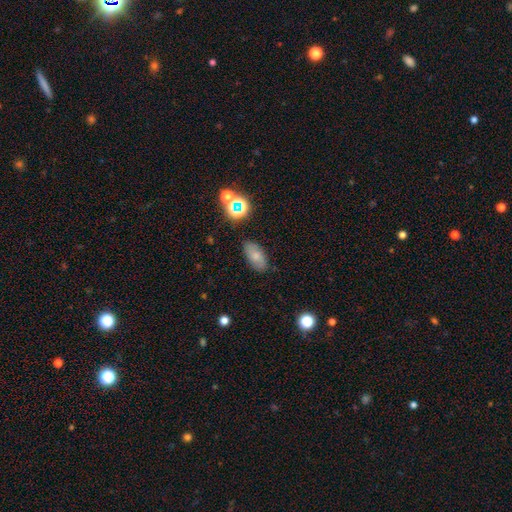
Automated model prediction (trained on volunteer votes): Smooth or featured?
  - smooth: 71% *
  - featured or disk: 18%
  - star or artifact: 12%
How rounded?
  - in between: 91% *
  - round: 5%
  - cigar-shaped: 3%
Merging?
  - none: 82% *
  - minor disturbance: 13%
  - major disturbance: 3%
  - merger: 2%